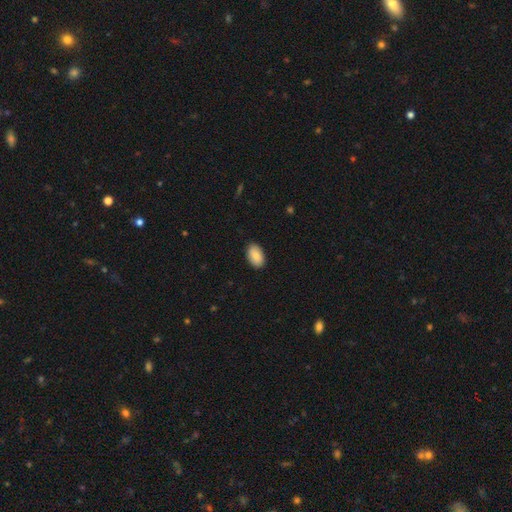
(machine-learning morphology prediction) A smooth galaxy with no disk features (86%) that is in between round and cigar-shaped (93%). Merging: none (89%).